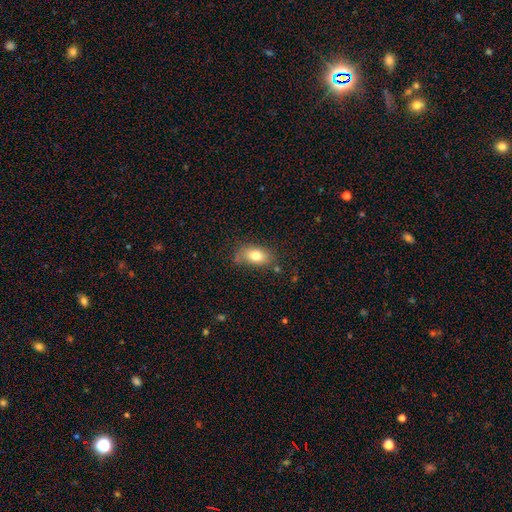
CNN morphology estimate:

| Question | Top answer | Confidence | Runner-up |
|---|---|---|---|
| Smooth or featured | smooth | 79% | featured or disk (13%) |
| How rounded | in between | 87% | round (10%) |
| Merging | none | 70% | minor disturbance (20%) |